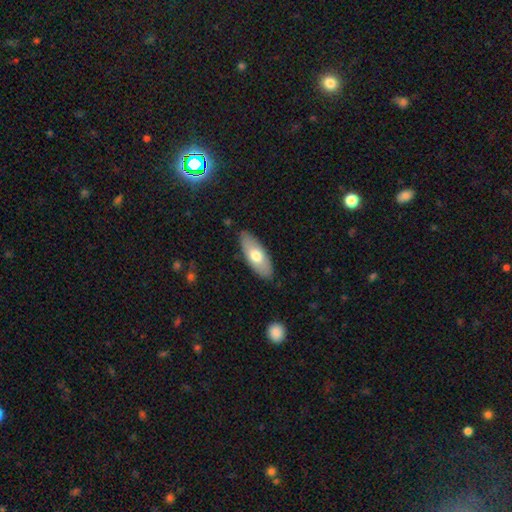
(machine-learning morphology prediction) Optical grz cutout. It shows a smooth galaxy with no disk features (66%) that is in between round and cigar-shaped (79%). Merging: none (85%).